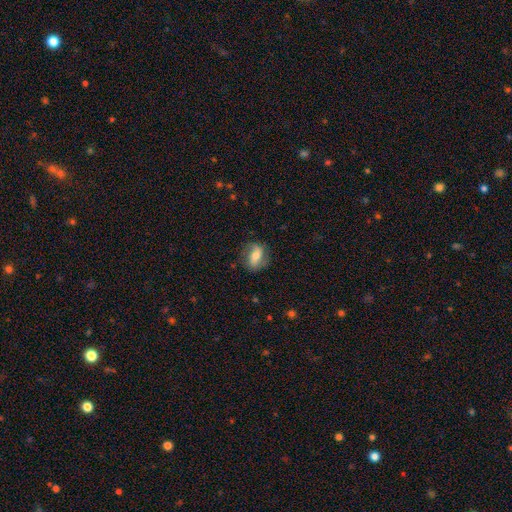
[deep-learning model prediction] Q: Smooth or featured?
A: smooth (46%); tied with: featured or disk (46%)
Q: Merging?
A: none (75%); runner-up: minor disturbance (17%)